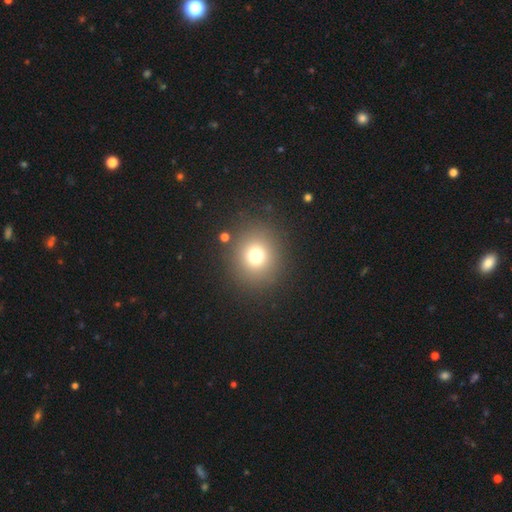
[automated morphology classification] The model was most divided on "smooth or featured": smooth: 73%, star or artifact: 18%, featured or disk: 10%. More confident: merging — none (87%); how rounded — round (87%).